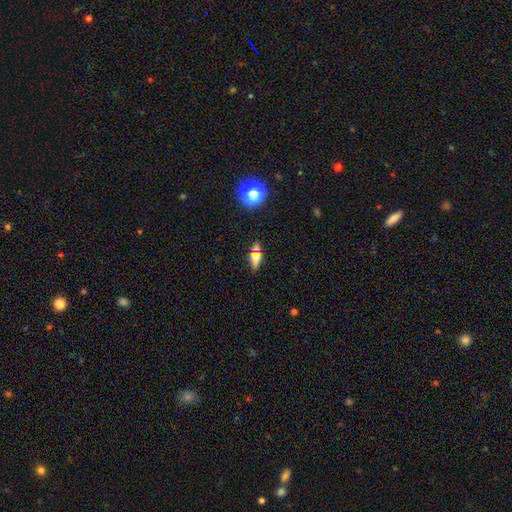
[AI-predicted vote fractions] This appears to be a smooth galaxy with no disk features (53%) that is in between round and cigar-shaped (50%). Merging: none (70%).